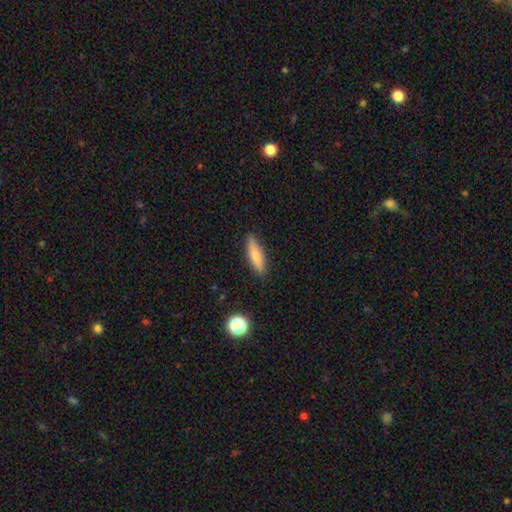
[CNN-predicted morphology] This is likely a smooth galaxy (72%). How rounded: likely cigar-shaped (69%). Merging: clearly none (87%).